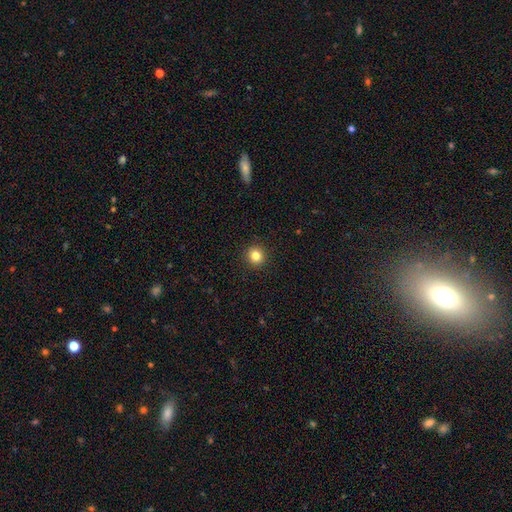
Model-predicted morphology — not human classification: Smooth or featured: smooth — 82% (star or artifact — 12%)
How rounded: round — 93% (in between — 6%)
Merging: none — 93% (minor disturbance — 4%)